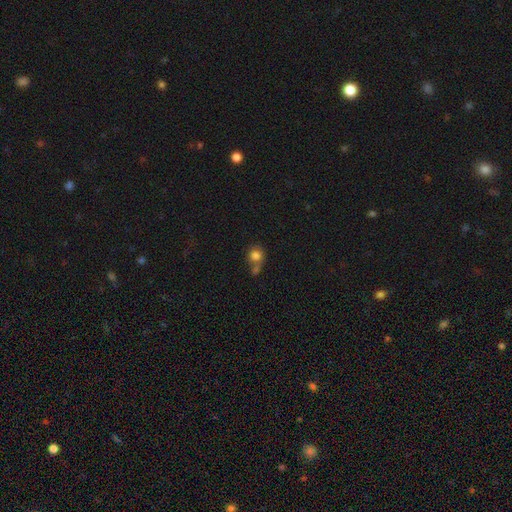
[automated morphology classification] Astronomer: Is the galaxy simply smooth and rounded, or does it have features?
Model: smooth — 80%.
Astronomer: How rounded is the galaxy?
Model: round — 78%.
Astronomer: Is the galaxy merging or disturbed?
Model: none — 43% (runner-up: merger, 37%).